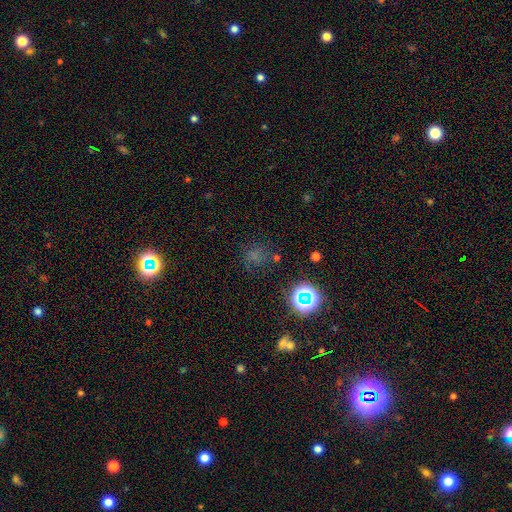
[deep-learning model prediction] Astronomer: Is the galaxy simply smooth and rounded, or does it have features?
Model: smooth — 49% (runner-up: star or artifact, 40%).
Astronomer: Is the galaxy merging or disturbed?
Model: none — 68%.